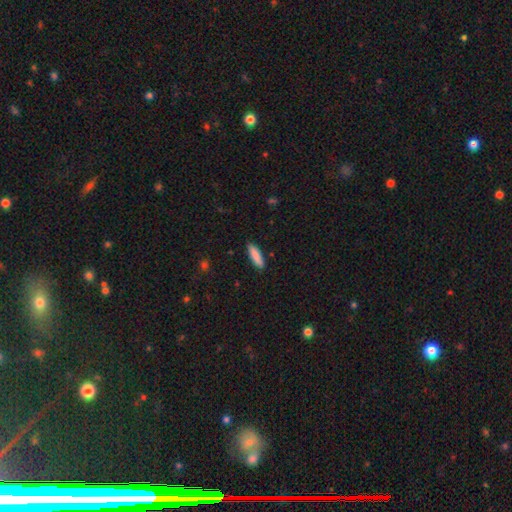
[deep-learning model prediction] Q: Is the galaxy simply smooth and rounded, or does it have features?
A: smooth — 87%.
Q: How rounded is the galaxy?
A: cigar-shaped — 66%.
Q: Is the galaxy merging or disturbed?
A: none — 88%.